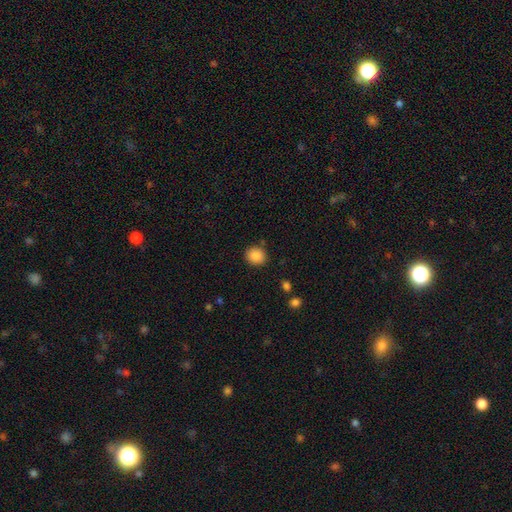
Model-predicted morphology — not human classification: The model was most divided on "how rounded": round: 79%, in between: 21%, cigar-shaped: 1%. More confident: smooth or featured — smooth (88%); merging — none (85%).